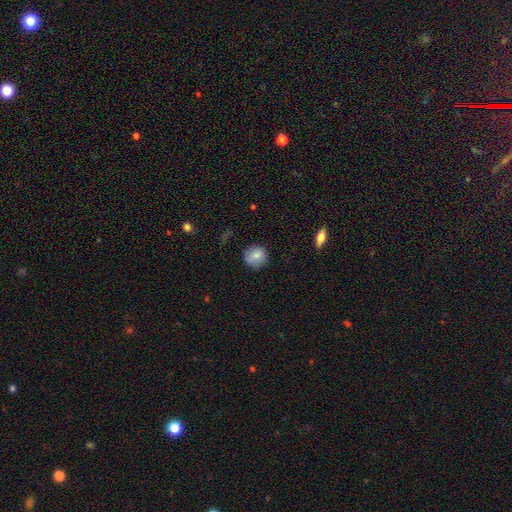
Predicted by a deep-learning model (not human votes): smooth-or-featured: smooth: 81% | featured or disk: 10% | star or artifact: 9%
  how-rounded: round: 90% | in between: 9% | cigar-shaped: 1%
  merging: none: 81% | minor disturbance: 14% | major disturbance: 3% | merger: 2%